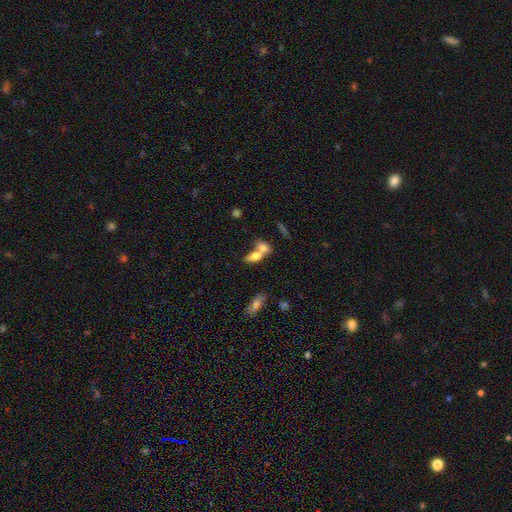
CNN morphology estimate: Smooth or featured? Predicted: smooth (p=0.71). How rounded? Predicted: in between (p=0.76). Merging? Predicted: merger (p=0.62).